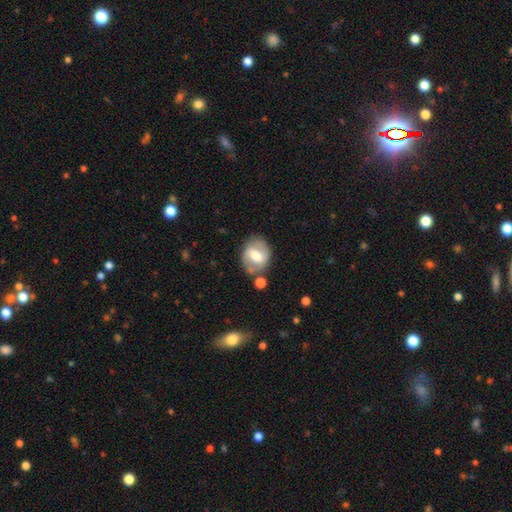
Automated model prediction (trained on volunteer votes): Smooth or featured?
  - featured or disk: 59% *
  - smooth: 35%
  - star or artifact: 6%
Edge-on disk?
  - no: 95% *
  - yes: 5%
Bar?
  - weak: 45% *
  - strong: 35%
  - no: 21%
Spiral arms?
  - yes: 65% *
  - no: 35%
Bulge size?
  - moderate: 67% *
  - small: 16%
  - large: 14%
  - none: 2%
  - dominant: 1%
Merging?
  - none: 72% *
  - minor disturbance: 16%
  - merger: 7%
  - major disturbance: 6%